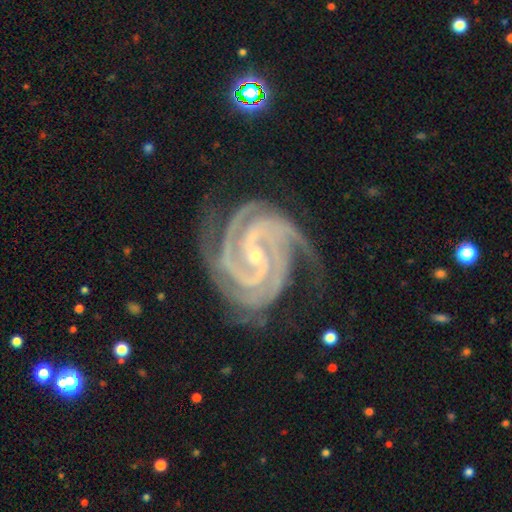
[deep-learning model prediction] featured or disk 94%, star or artifact 4%, smooth 2%. Down the decision tree: edge-on disk — no (98%); bar — weak (36%); spiral arms — yes (99%); spiral arm count — 3 (35%); spiral winding — tight (74%); bulge size — small (77%); merging — none (72%).